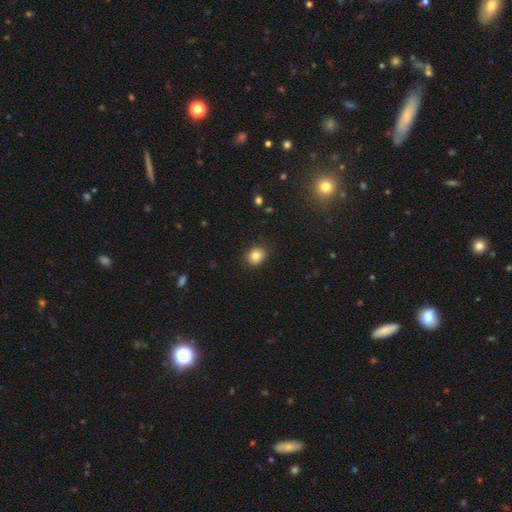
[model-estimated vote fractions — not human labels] Morphology: type=smooth (84%); roundness=round (63%); merging=none (86%).